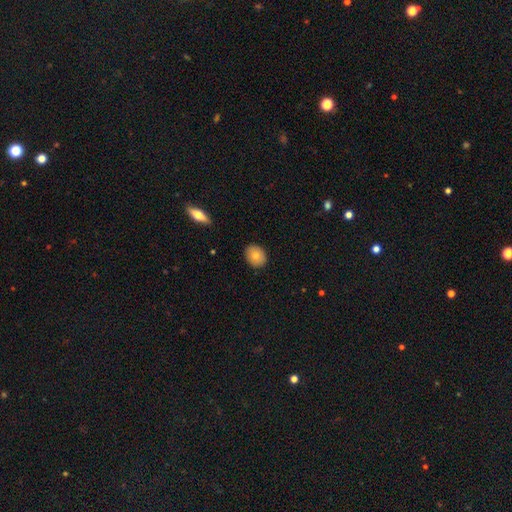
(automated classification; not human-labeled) The model was most divided on "how rounded": round: 53%, in between: 46%, cigar-shaped: 1%. More confident: merging — none (89%); smooth or featured — smooth (76%).